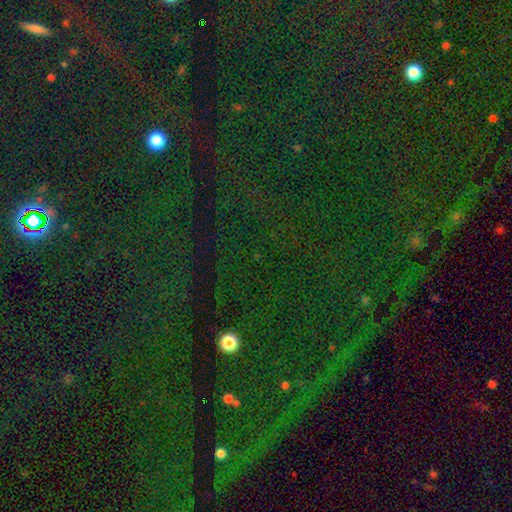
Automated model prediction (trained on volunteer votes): Morphology: type=star or artifact (80%).